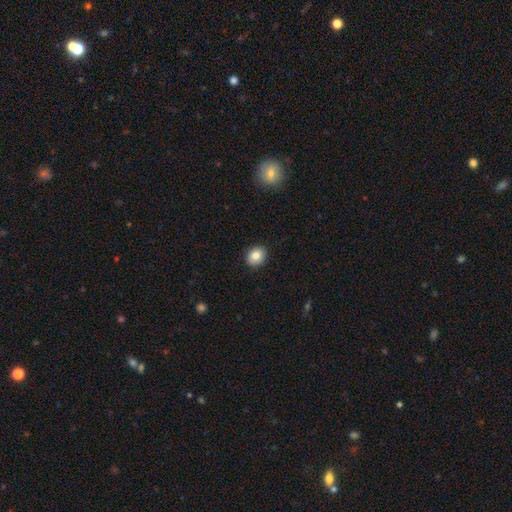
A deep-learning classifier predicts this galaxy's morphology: Smooth or featured? Predicted: smooth (p=0.82). How rounded? Predicted: round (p=0.59). Merging? Predicted: none (p=0.90).